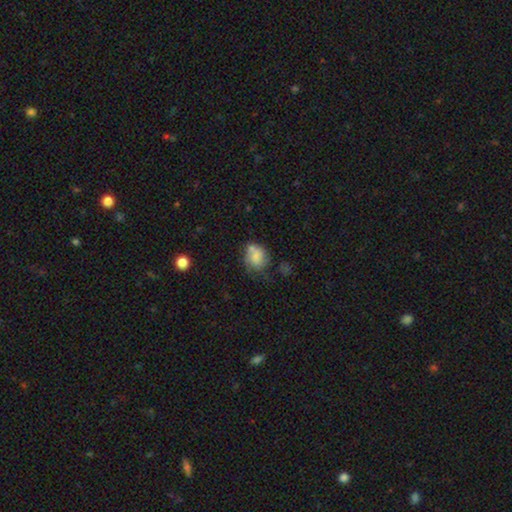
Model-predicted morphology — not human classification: Q: Smooth or featured?
A: smooth (70%); runner-up: featured or disk (20%)
Q: How rounded?
A: round (63%); runner-up: in between (36%)
Q: Merging?
A: none (40%); runner-up: minor disturbance (25%)